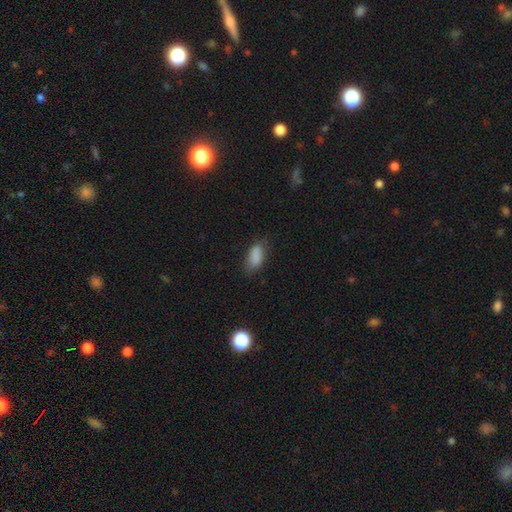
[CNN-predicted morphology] type=smooth (86%); roundness=in between (87%); merging=none (69%).